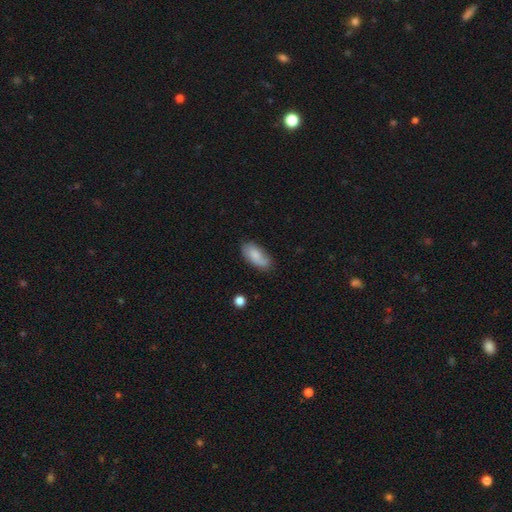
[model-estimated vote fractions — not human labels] This is likely a smooth galaxy (75%). How rounded: clearly in between (91%). Merging: likely none (67%).